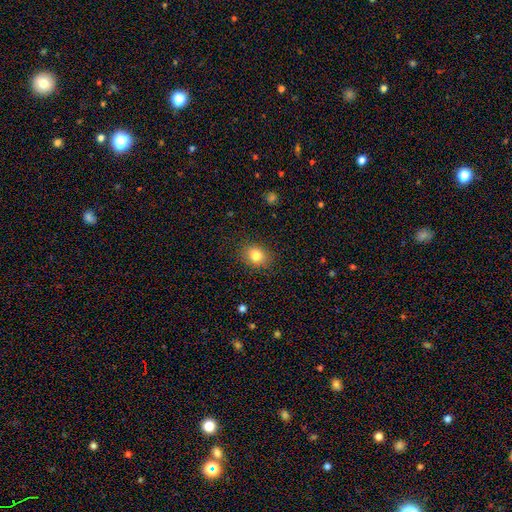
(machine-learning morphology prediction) Smooth or featured? Predicted: smooth (p=0.81). How rounded? Predicted: round (p=0.51). Merging? Predicted: none (p=0.87).